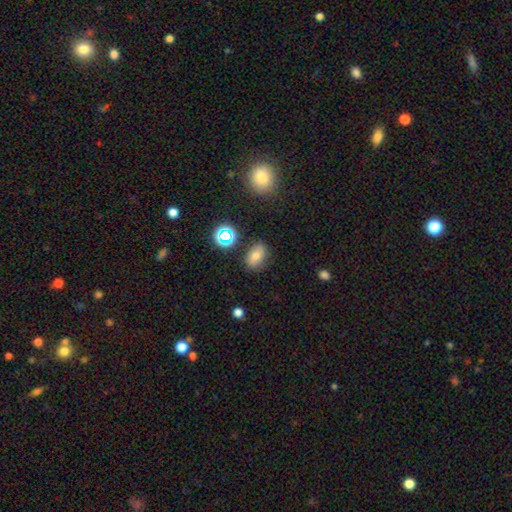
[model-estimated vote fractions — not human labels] A smooth galaxy with no disk features (65%) that is in between round and cigar-shaped (77%).

Vote fractions:
- Smooth or featured? smooth: 65% / star or artifact: 21% / featured or disk: 14%
- How rounded? in between: 77% / round: 21% / cigar-shaped: 2%
- Merging? none: 79% / minor disturbance: 14% / major disturbance: 4% / merger: 3%